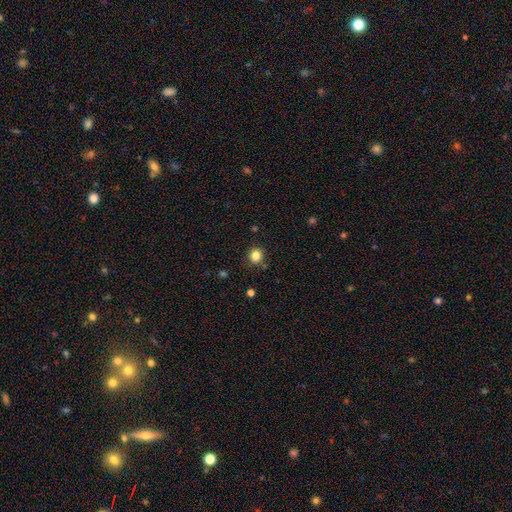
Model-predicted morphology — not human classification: A smooth galaxy with no disk features (83%) that is round (90%).

Vote fractions:
- Smooth or featured? smooth: 83% / star or artifact: 12% / featured or disk: 5%
- How rounded? round: 90% / in between: 9% / cigar-shaped: 1%
- Merging? none: 86% / minor disturbance: 8% / merger: 3% / major disturbance: 2%